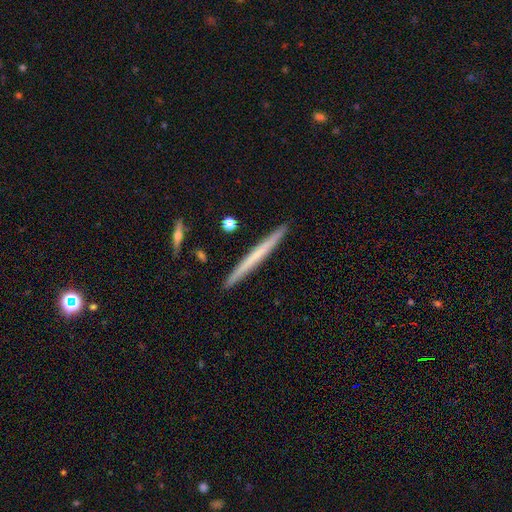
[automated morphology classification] Smooth or featured?
  - smooth: 51% *
  - featured or disk: 43%
  - star or artifact: 6%
How rounded?
  - cigar-shaped: 97% *
  - in between: 1%
  - round: 1%
Merging?
  - none: 92% *
  - minor disturbance: 5%
  - merger: 1%
  - major disturbance: 1%